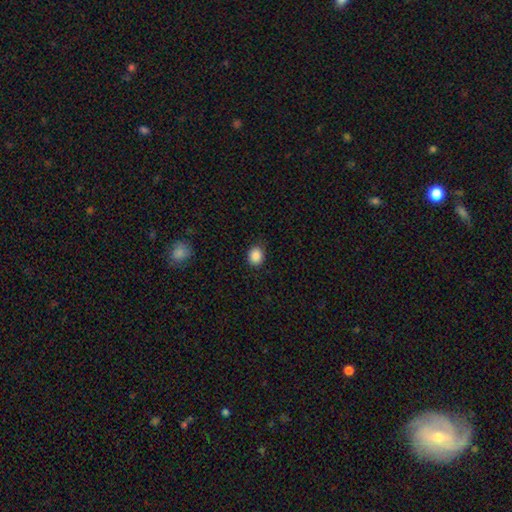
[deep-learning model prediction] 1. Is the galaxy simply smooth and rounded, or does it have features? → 88% smooth, 9% star or artifact, 3% featured or disk.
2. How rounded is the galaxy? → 64% round, 35% in between, 1% cigar-shaped.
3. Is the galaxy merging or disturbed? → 86% none, 10% minor disturbance, 3% major disturbance, 1% merger.